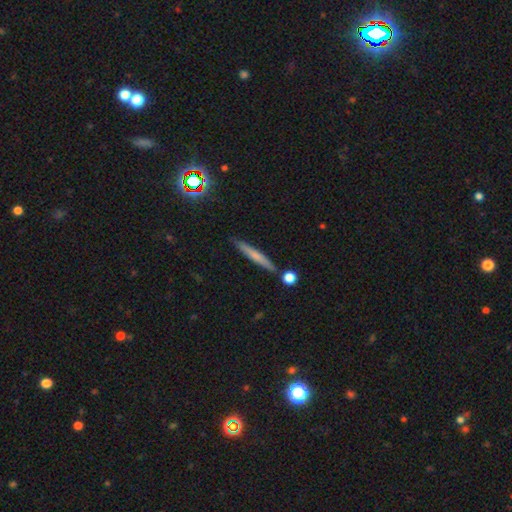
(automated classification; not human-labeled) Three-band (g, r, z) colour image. It shows a smooth galaxy with no disk features (57%) that is cigar-shaped (94%). Merging: none (85%).